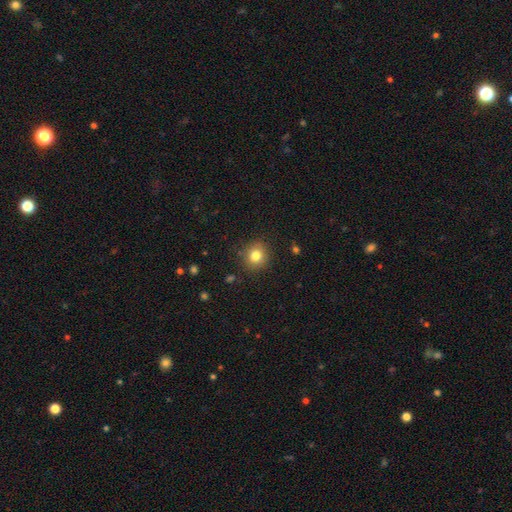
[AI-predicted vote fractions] Overall: smooth (81%). How rounded: round (85%). Merging: none (88%).